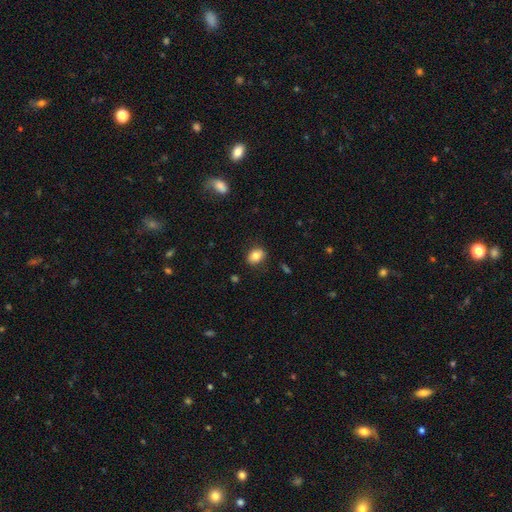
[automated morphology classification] A smooth galaxy with no disk features (82%) that is in between round and cigar-shaped (65%). Merging: none (85%).